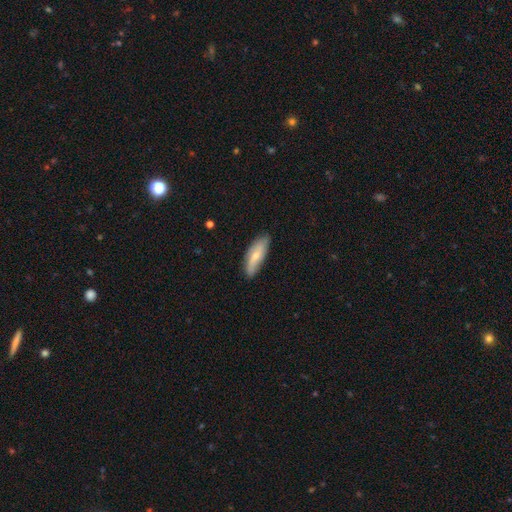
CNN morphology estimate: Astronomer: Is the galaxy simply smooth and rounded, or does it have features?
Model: smooth — 60%.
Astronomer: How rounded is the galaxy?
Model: in between — 61%.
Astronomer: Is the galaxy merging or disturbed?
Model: none — 78%.